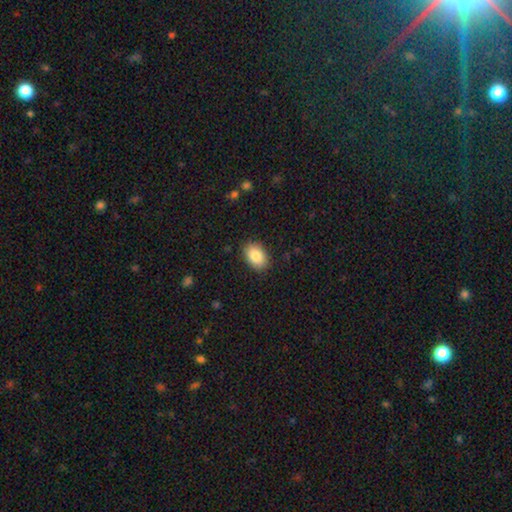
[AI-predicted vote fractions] Smooth or featured: smooth — 87% (star or artifact — 7%)
How rounded: in between — 88% (round — 11%)
Merging: none — 87% (minor disturbance — 10%)